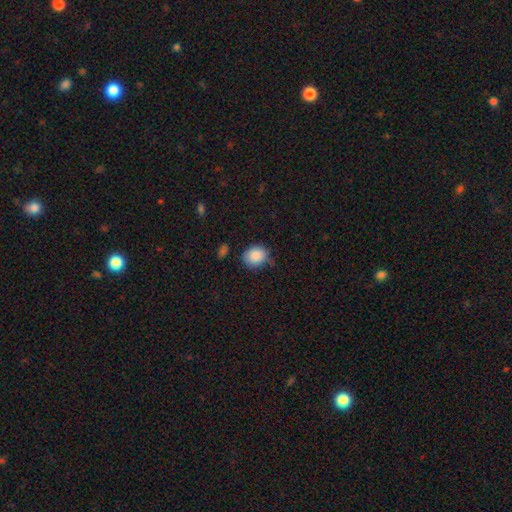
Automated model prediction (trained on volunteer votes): Smooth or featured? smooth (87%)
How rounded? round (65%)
Merging? none (71%)